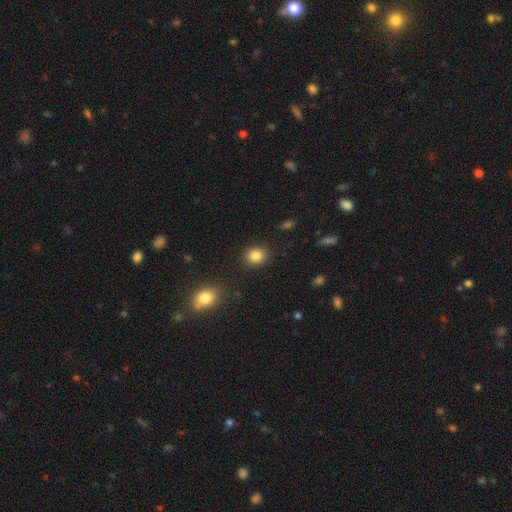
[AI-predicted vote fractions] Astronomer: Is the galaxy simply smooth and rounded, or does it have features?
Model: smooth — 85%.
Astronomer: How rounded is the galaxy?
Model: round — 67%.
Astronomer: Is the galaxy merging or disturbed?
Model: none — 87%.